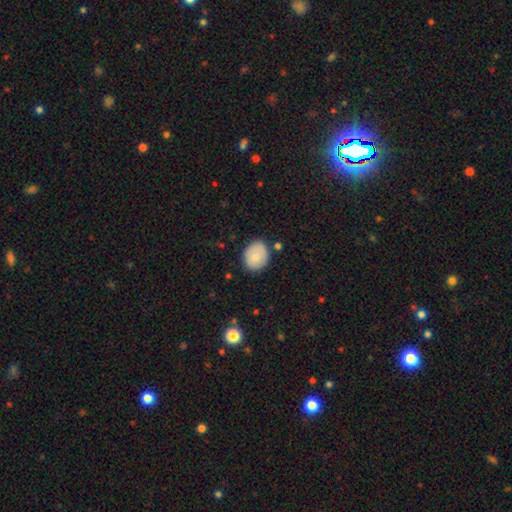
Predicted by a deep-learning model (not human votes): A smooth galaxy with no disk features (80%) that is round (51%).

Vote fractions:
- Smooth or featured? smooth: 80% / featured or disk: 12% / star or artifact: 7%
- How rounded? round: 51% / in between: 48% / cigar-shaped: 1%
- Merging? none: 78% / minor disturbance: 15% / major disturbance: 3% / merger: 3%